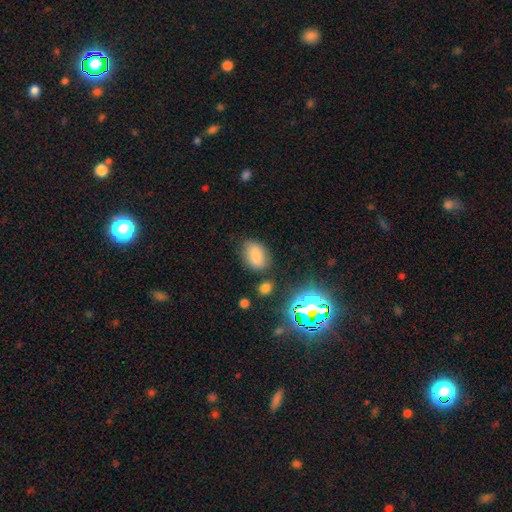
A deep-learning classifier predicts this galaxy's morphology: A smooth galaxy with no disk features (80%) that is in between round and cigar-shaped (82%). Merging: none (76%).